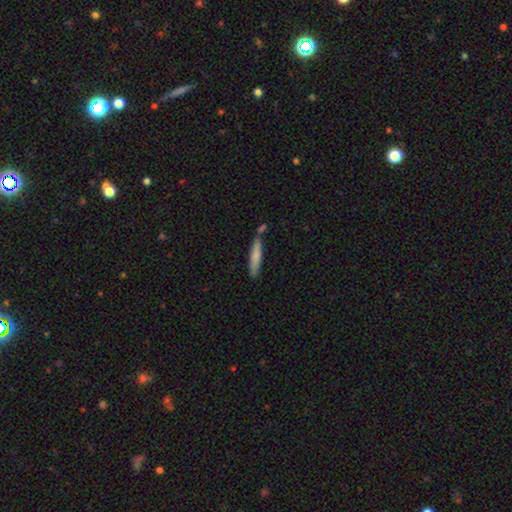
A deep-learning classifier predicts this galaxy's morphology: Smooth or featured?
  - smooth: 74% *
  - featured or disk: 20%
  - star or artifact: 6%
How rounded?
  - cigar-shaped: 91% *
  - in between: 8%
  - round: 1%
Merging?
  - none: 72% *
  - minor disturbance: 14%
  - merger: 11%
  - major disturbance: 3%